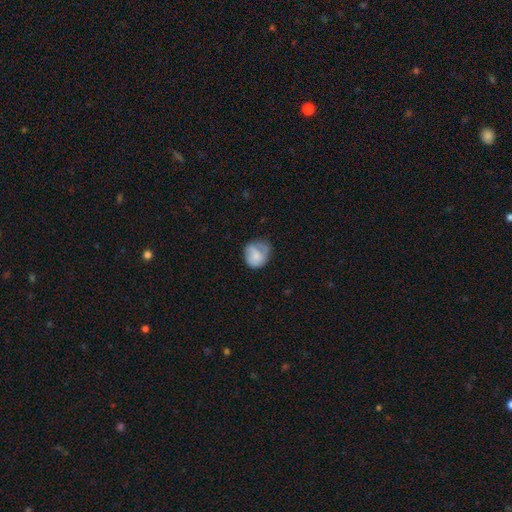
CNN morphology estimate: Q: Smooth or featured?
A: smooth (67%); runner-up: featured or disk (25%)
Q: How rounded?
A: round (69%); runner-up: in between (30%)
Q: Merging?
A: none (42%); runner-up: minor disturbance (34%)